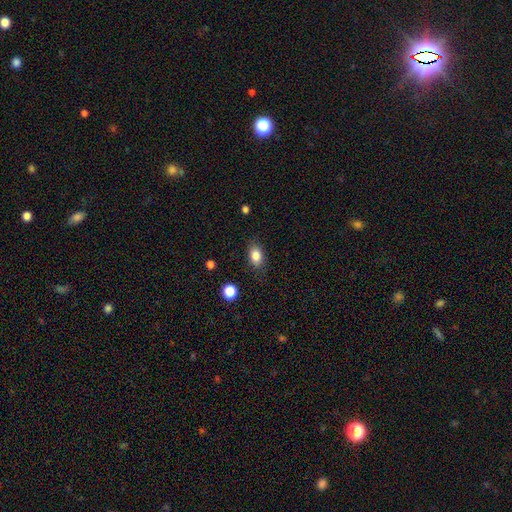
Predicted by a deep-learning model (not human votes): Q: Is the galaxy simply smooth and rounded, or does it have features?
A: smooth — 83%.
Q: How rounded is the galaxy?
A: in between — 80%.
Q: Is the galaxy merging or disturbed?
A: none — 83%.